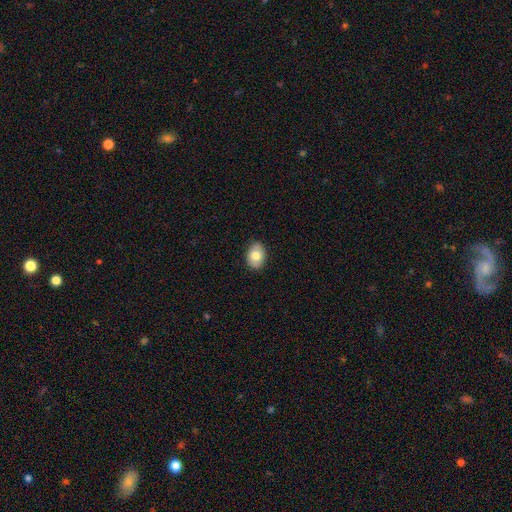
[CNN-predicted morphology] Smooth or featured? Predicted: smooth (p=0.75). How rounded? Predicted: in between (p=0.74). Merging? Predicted: none (p=0.86).